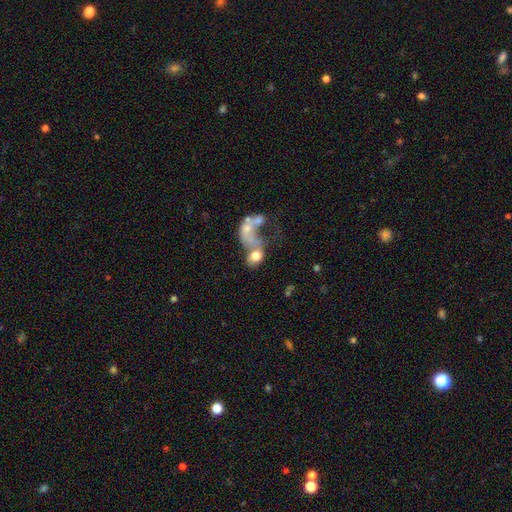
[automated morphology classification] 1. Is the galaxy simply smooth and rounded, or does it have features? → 52% smooth, 37% featured or disk, 12% star or artifact.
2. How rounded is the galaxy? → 70% in between, 28% round, 2% cigar-shaped.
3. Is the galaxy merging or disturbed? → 59% merger, 24% major disturbance, 11% none, 6% minor disturbance.